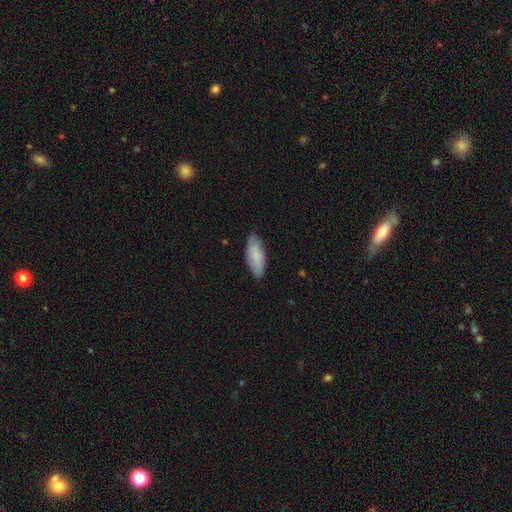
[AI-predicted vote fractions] The model was most divided on "how rounded": in between: 77%, cigar-shaped: 21%, round: 2%. More confident: merging — none (81%); smooth or featured — smooth (78%).